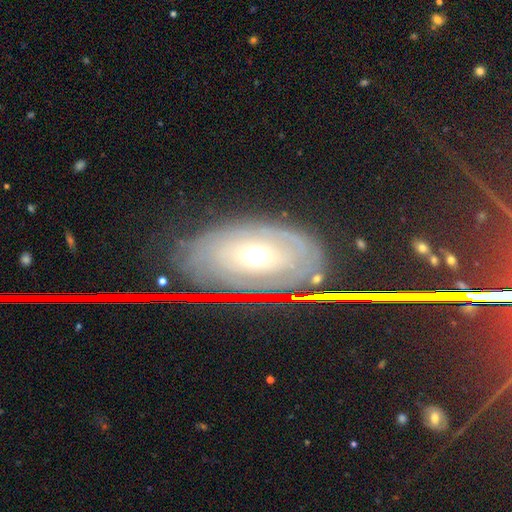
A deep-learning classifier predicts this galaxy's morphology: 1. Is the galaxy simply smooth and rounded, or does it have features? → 59% featured or disk, 21% smooth, 20% star or artifact.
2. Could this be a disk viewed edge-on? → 88% no, 12% yes.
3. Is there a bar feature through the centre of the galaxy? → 74% no, 18% weak, 7% strong.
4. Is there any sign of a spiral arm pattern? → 65% yes, 35% no.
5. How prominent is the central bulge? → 70% moderate, 20% small, 7% large, 1% dominant, 1% none.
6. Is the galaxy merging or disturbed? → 77% none, 14% minor disturbance, 7% major disturbance, 2% merger.